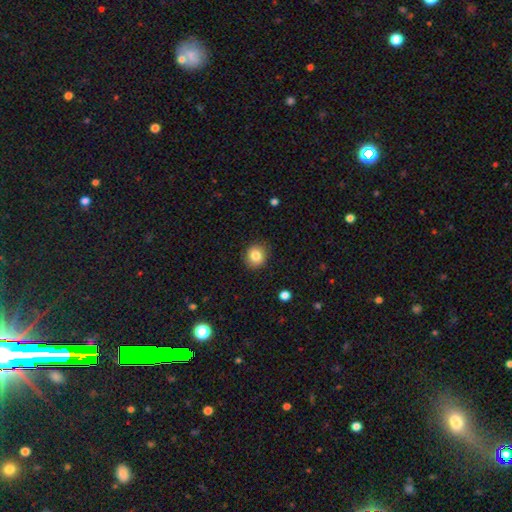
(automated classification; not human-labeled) smooth-or-featured: smooth: 84% | star or artifact: 10% | featured or disk: 7%
  how-rounded: round: 84% | in between: 15% | cigar-shaped: 1%
  merging: none: 88% | minor disturbance: 8% | major disturbance: 2% | merger: 1%